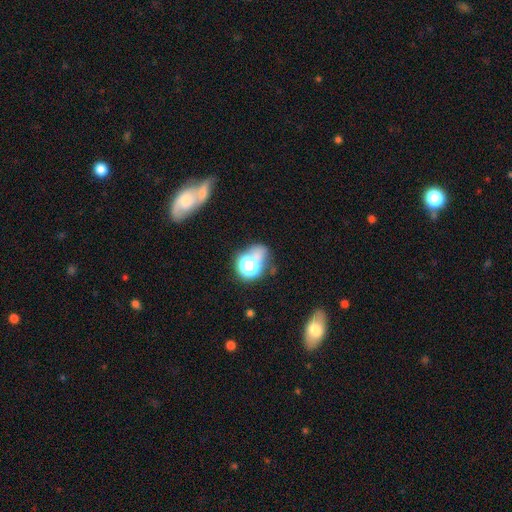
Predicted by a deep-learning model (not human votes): smooth_or_featured: smooth (p=0.51) [alt: star or artifact p=0.33]
how_rounded: round (p=0.62) [alt: in between p=0.37]
merging: none (p=0.50) [alt: minor disturbance p=0.18]